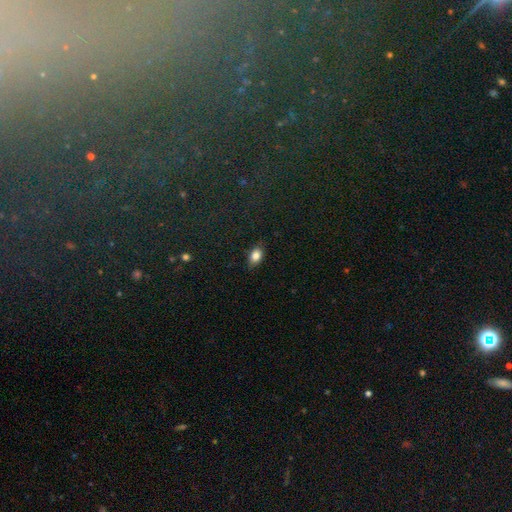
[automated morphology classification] Smooth or featured? Predicted: smooth (p=0.82). How rounded? Predicted: in between (p=0.85). Merging? Predicted: none (p=0.85).